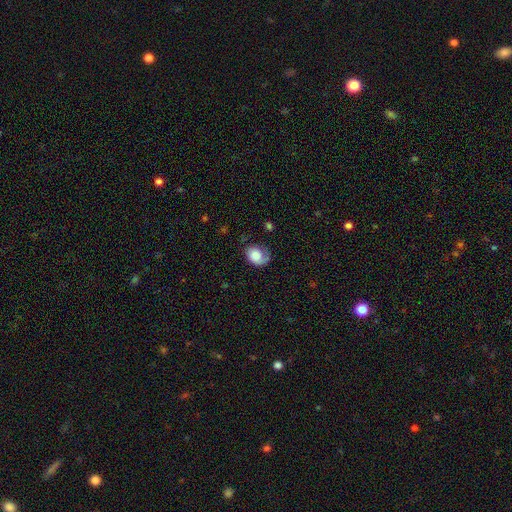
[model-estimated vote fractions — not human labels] Q: Smooth or featured?
A: smooth (58%); runner-up: featured or disk (34%)
Q: How rounded?
A: in between (53%); runner-up: round (46%)
Q: Merging?
A: none (48%); runner-up: minor disturbance (28%)